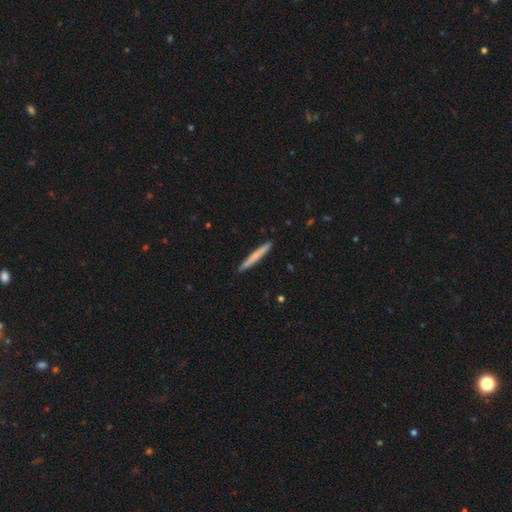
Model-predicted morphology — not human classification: This is likely a smooth galaxy (69%). How rounded: clearly cigar-shaped (97%). Merging: clearly none (92%).